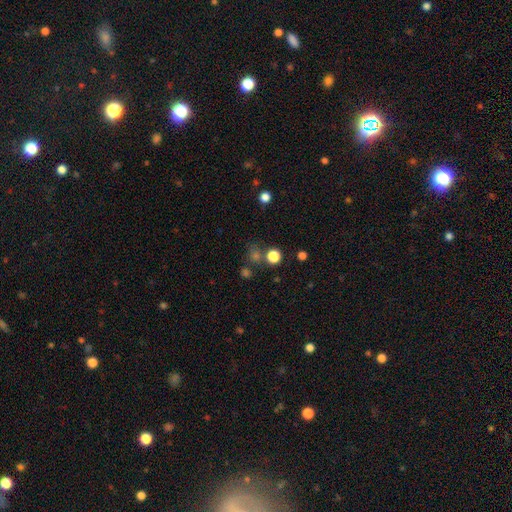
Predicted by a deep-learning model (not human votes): smooth_or_featured: smooth (p=0.48) [alt: star or artifact p=0.42]
merging: none (p=0.67) [alt: merger p=0.16]